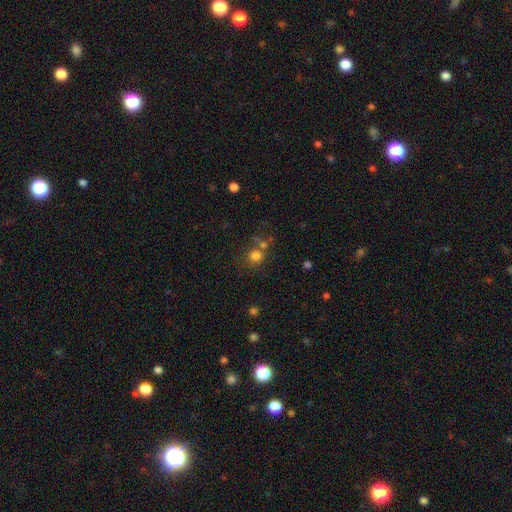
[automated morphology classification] Smooth or featured: smooth — 76% (star or artifact — 15%)
How rounded: round — 85% (in between — 14%)
Merging: none — 56% (merger — 26%)